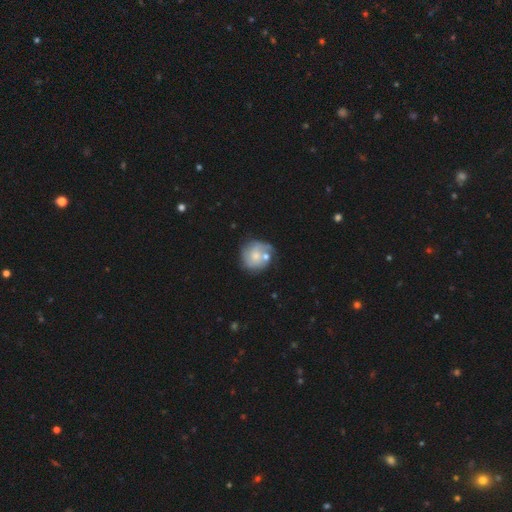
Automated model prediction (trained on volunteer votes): A smooth galaxy with no disk features (46%, tied with featured or disk). Merging: none (51%).